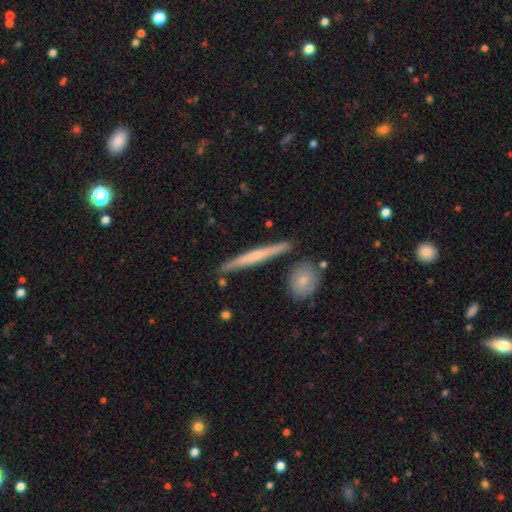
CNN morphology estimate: Smooth or featured: featured or disk — 52% (smooth — 42%)
Edge-on disk: yes — 96% (no — 4%)
Edge-on bulge: none — 58% (rounded — 34%)
Merging: none — 87% (minor disturbance — 8%)